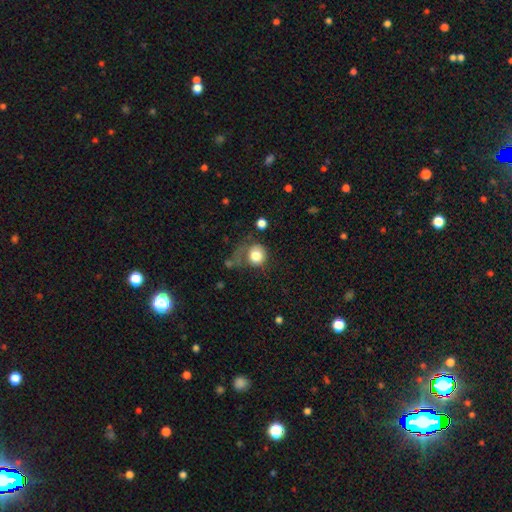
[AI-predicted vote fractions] Smooth or featured? Predicted: smooth (p=0.81). How rounded? Predicted: round (p=0.83). Merging? Predicted: none (p=0.37).